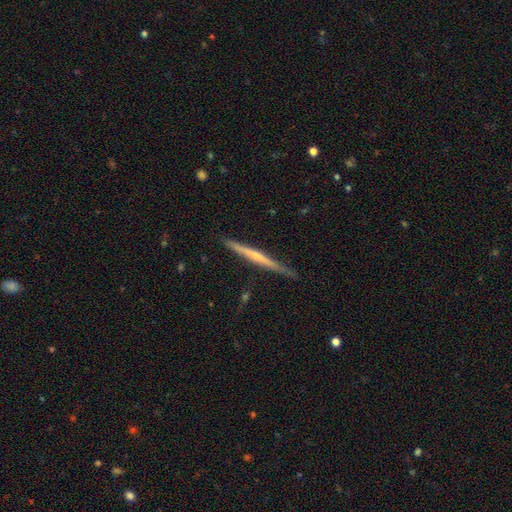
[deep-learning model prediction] Smooth or featured: featured or disk — 68% (smooth — 26%)
Edge-on disk: yes — 98% (no — 2%)
Edge-on bulge: none — 54% (rounded — 39%)
Merging: none — 88% (minor disturbance — 9%)